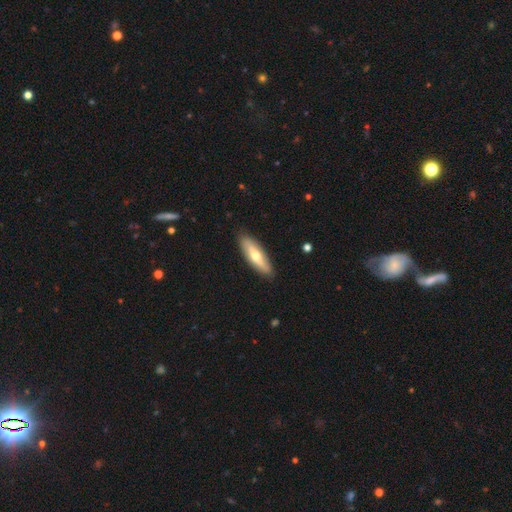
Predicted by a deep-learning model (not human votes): Q: Smooth or featured?
A: smooth (51%); runner-up: featured or disk (44%)
Q: How rounded?
A: cigar-shaped (50%); runner-up: in between (47%)
Q: Merging?
A: none (88%); runner-up: minor disturbance (9%)